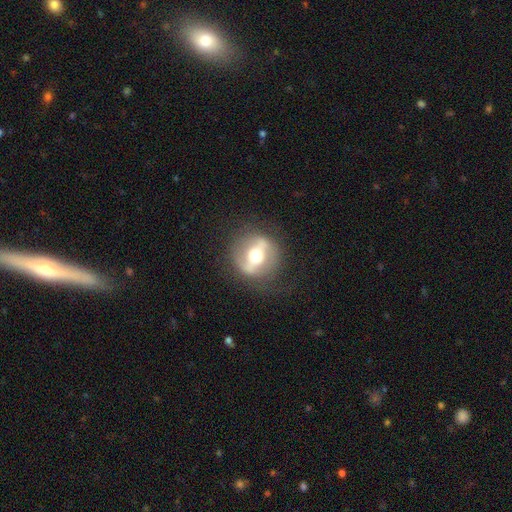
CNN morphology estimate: smooth_or_featured: featured or disk (p=0.67) [alt: smooth p=0.26]
disk_edge_on: no (p=0.82) [alt: yes p=0.18]
bar: strong (p=0.63) [alt: weak p=0.22]
has_spiral_arms: no (p=0.69) [alt: yes p=0.31]
bulge_size: moderate (p=0.65) [alt: large p=0.24]
merging: none (p=0.75) [alt: minor disturbance p=0.14]